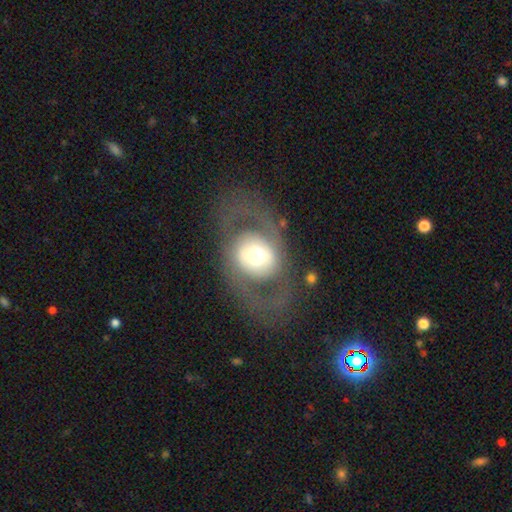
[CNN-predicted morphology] smooth_or_featured: featured or disk (p=0.59) [alt: smooth p=0.32]
disk_edge_on: no (p=0.93) [alt: yes p=0.07]
bar: no (p=0.74) [alt: weak p=0.16]
has_spiral_arms: no (p=0.65) [alt: yes p=0.35]
bulge_size: moderate (p=0.50) [alt: large p=0.34]
merging: none (p=0.70) [alt: major disturbance p=0.16]